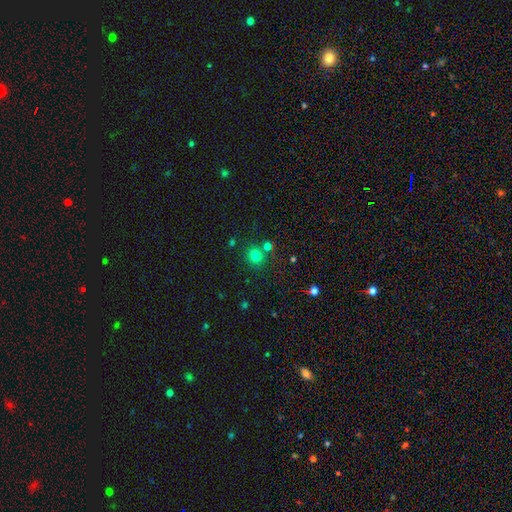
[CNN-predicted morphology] type=smooth (77%); roundness=round (87%); merging=none (74%).